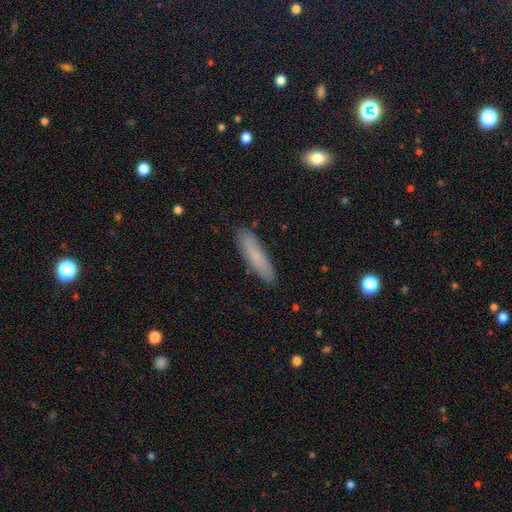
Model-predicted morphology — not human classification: smooth-or-featured: smooth: 75% | featured or disk: 18% | star or artifact: 7%
  how-rounded: cigar-shaped: 78% | in between: 21% | round: 2%
  merging: none: 87% | minor disturbance: 10% | major disturbance: 2% | merger: 1%